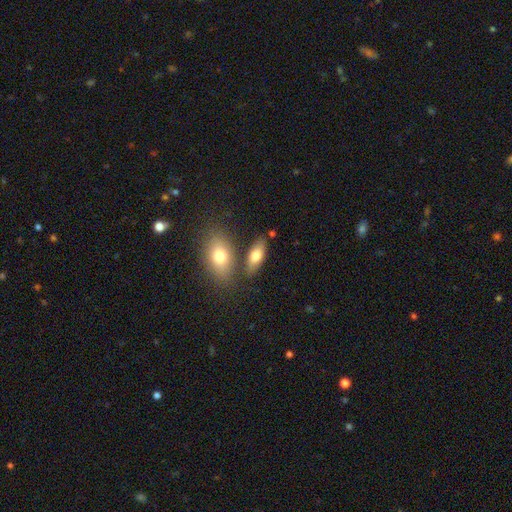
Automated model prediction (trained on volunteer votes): smooth-or-featured: smooth: 74% | featured or disk: 19% | star or artifact: 8%
  how-rounded: in between: 81% | cigar-shaped: 14% | round: 5%
  merging: none: 71% | merger: 14% | minor disturbance: 12% | major disturbance: 4%